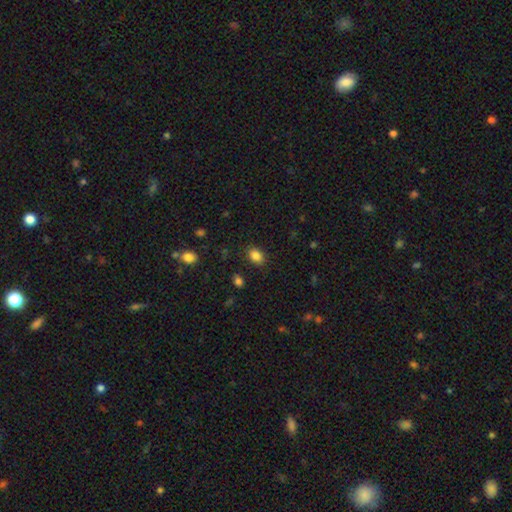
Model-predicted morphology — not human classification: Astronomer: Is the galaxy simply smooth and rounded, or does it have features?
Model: smooth — 85%.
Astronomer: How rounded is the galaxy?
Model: in between — 70%.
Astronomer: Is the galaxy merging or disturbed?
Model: none — 84%.